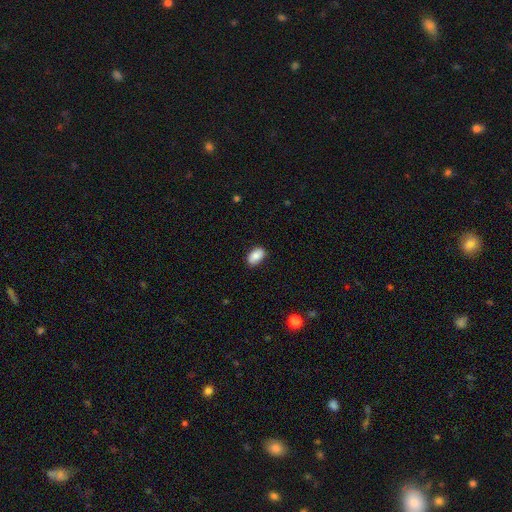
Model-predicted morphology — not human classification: A smooth galaxy with no disk features (85%) that is in between round and cigar-shaped (93%).

Vote fractions:
- Smooth or featured? smooth: 85% / featured or disk: 8% / star or artifact: 7%
- How rounded? in between: 93% / round: 6% / cigar-shaped: 2%
- Merging? none: 85% / minor disturbance: 12% / major disturbance: 2% / merger: 1%